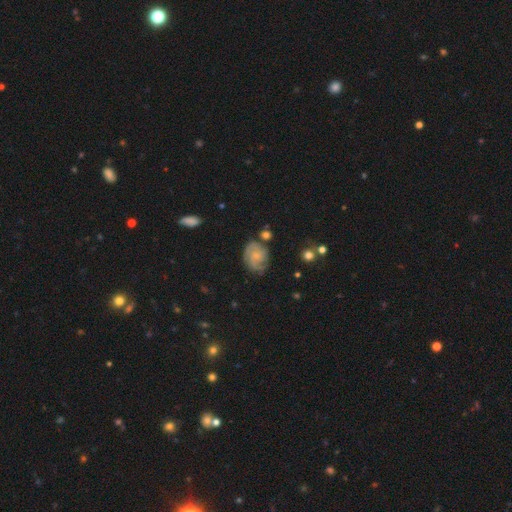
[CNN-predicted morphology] Q: Smooth or featured?
A: featured or disk (62%); runner-up: smooth (30%)
Q: Edge-on disk?
A: no (97%); runner-up: yes (3%)
Q: Bar?
A: no (76%); runner-up: weak (22%)
Q: Spiral arms?
A: yes (88%); runner-up: no (12%)
Q: Spiral winding?
A: tight (51%); runner-up: medium (35%)
Q: Spiral arm count?
A: 2 (37%); runner-up: can't tell (32%)
Q: Bulge size?
A: small (71%); runner-up: moderate (18%)
Q: Merging?
A: none (61%); runner-up: minor disturbance (24%)